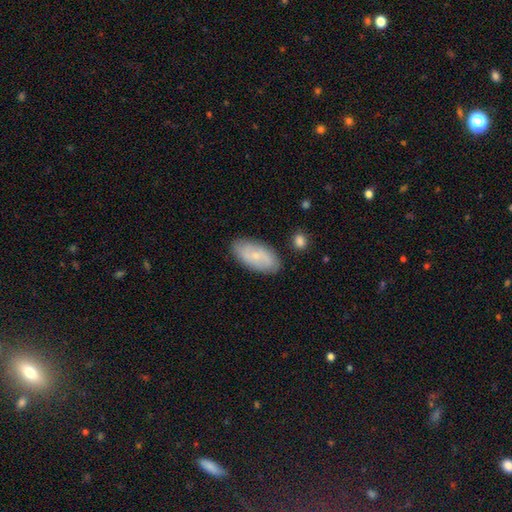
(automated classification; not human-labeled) smooth-or-featured: smooth: 51% | featured or disk: 41% | star or artifact: 8%
  how-rounded: in between: 91% | cigar-shaped: 6% | round: 3%
  merging: none: 83% | minor disturbance: 12% | major disturbance: 3% | merger: 2%